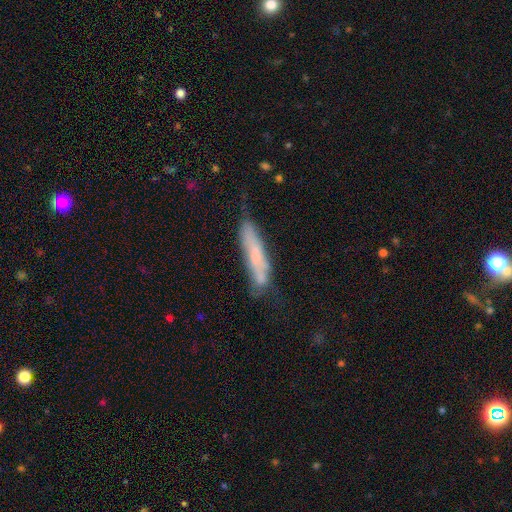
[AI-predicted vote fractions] Smooth or featured?
  - smooth: 56% *
  - featured or disk: 37%
  - star or artifact: 8%
How rounded?
  - cigar-shaped: 83% *
  - in between: 15%
  - round: 2%
Merging?
  - none: 48% *
  - minor disturbance: 30%
  - major disturbance: 13%
  - merger: 10%